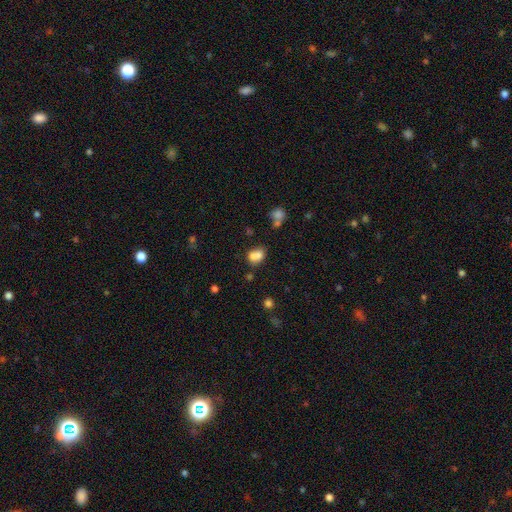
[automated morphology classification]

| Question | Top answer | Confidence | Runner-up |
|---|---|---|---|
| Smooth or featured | smooth | 76% | star or artifact (12%) |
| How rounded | in between | 60% | round (39%) |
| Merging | merger | 44% | none (35%) |